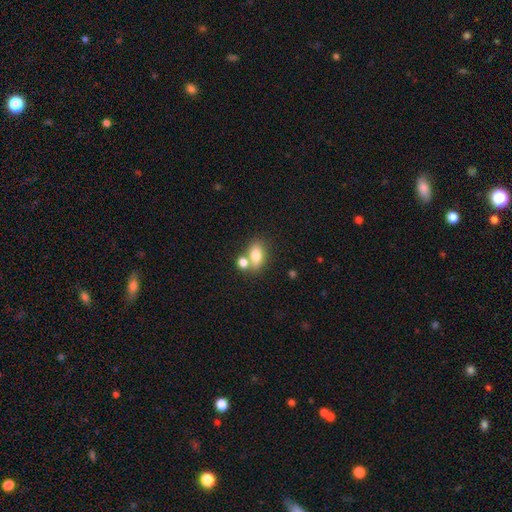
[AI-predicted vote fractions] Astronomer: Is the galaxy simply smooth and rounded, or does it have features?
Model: smooth — 78%.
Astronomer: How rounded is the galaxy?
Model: in between — 80%.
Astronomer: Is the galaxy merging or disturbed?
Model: none — 49% (runner-up: merger, 37%).